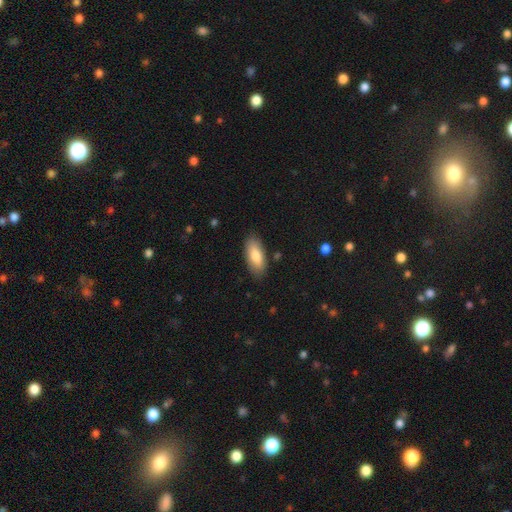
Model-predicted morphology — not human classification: smooth_or_featured: smooth (p=0.79) [alt: featured or disk p=0.15]
how_rounded: in between (p=0.82) [alt: cigar-shaped p=0.16]
merging: none (p=0.85) [alt: minor disturbance p=0.11]